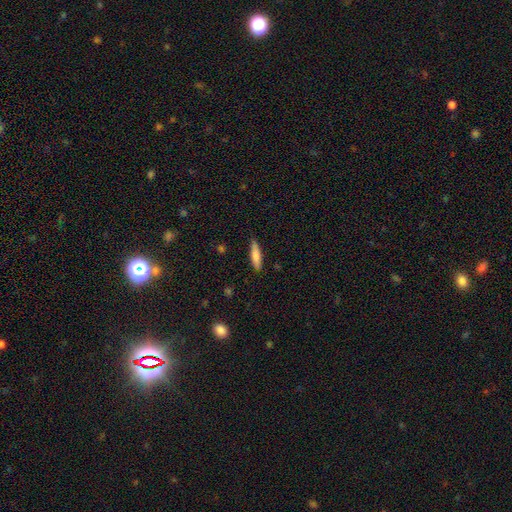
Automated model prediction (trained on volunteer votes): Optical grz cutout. It shows a smooth galaxy with no disk features (77%) that is cigar-shaped (73%). Merging: none (82%).